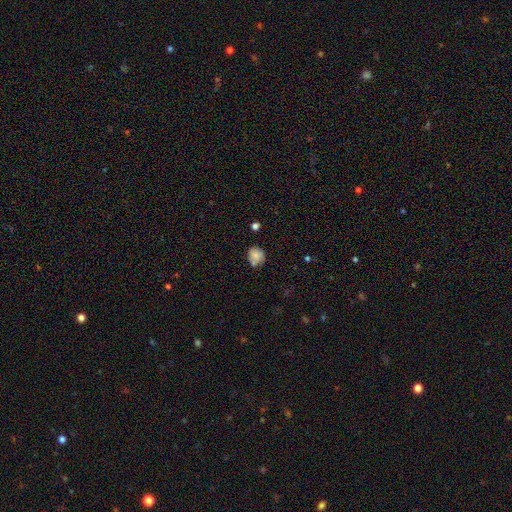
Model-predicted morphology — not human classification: Overall: smooth (78%). How rounded: round (77%). Merging: none (63%; minor disturbance 24%).